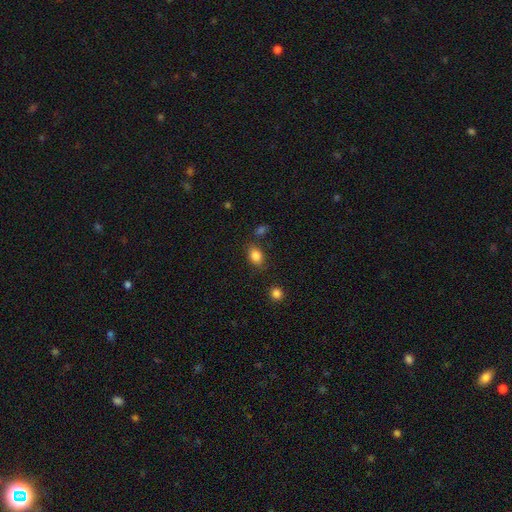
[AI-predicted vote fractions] Overall: smooth (85%). How rounded: in between (76%). Merging: none (77%).